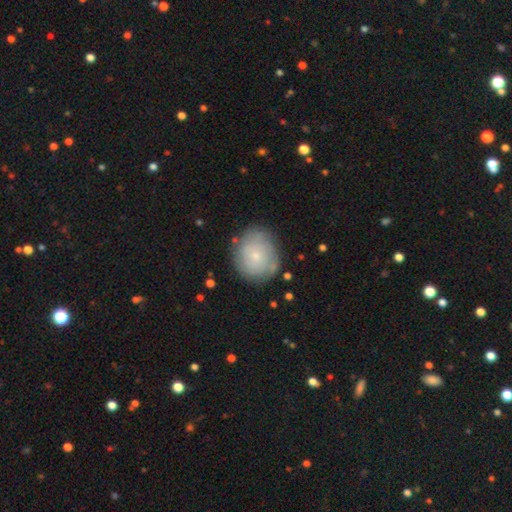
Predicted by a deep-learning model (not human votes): smooth_or_featured: smooth (p=0.58) [alt: featured or disk p=0.34]
how_rounded: round (p=0.69) [alt: in between p=0.30]
merging: none (p=0.75) [alt: minor disturbance p=0.18]